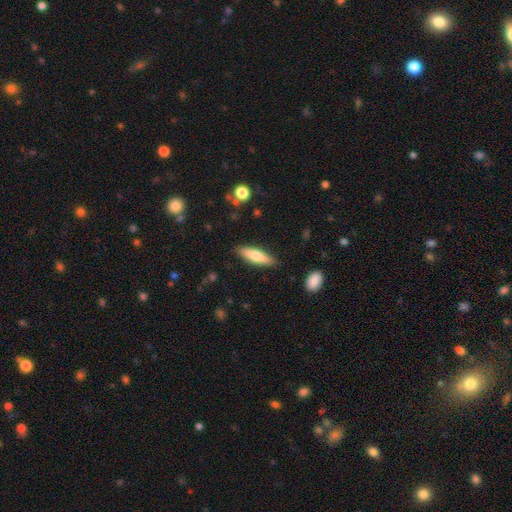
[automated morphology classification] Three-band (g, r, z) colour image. It shows a smooth galaxy with no disk features (67%) that is cigar-shaped (64%). Merging: none (86%).